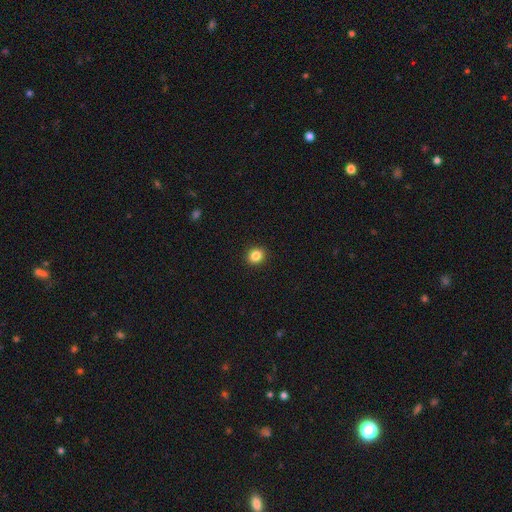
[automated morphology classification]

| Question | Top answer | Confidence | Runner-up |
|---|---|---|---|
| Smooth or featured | smooth | 85% | star or artifact (11%) |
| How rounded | round | 79% | in between (20%) |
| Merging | none | 92% | minor disturbance (5%) |